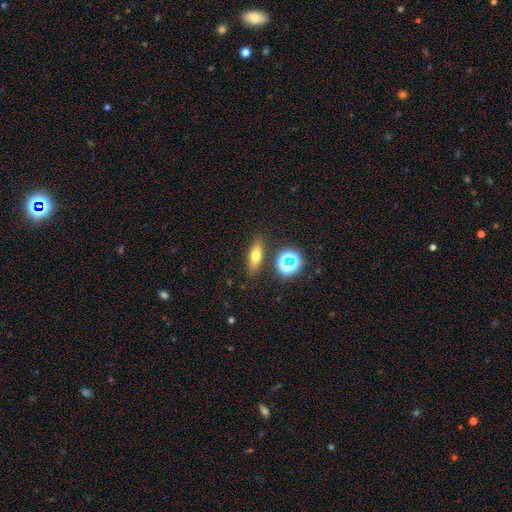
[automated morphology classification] Overall: smooth (59%; featured or disk 25%). How rounded: in between (51%; cigar-shaped 37%). Merging: none (83%).